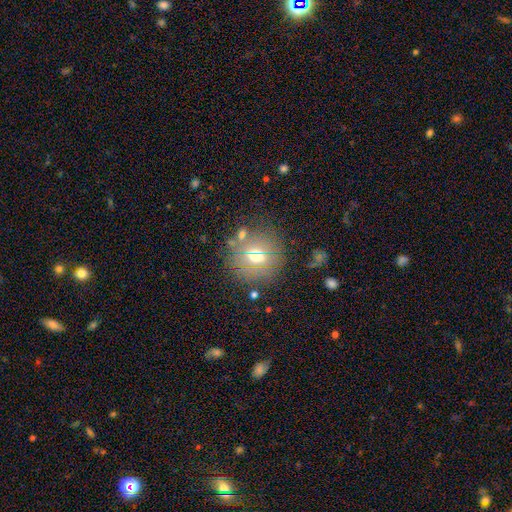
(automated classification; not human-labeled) Morphology: type=smooth (54%); roundness=round (84%); merging=none (78%).